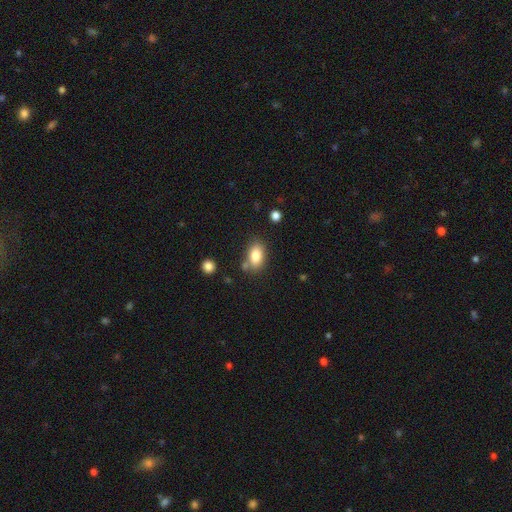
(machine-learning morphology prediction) type=smooth (82%); roundness=in between (88%); merging=none (72%).